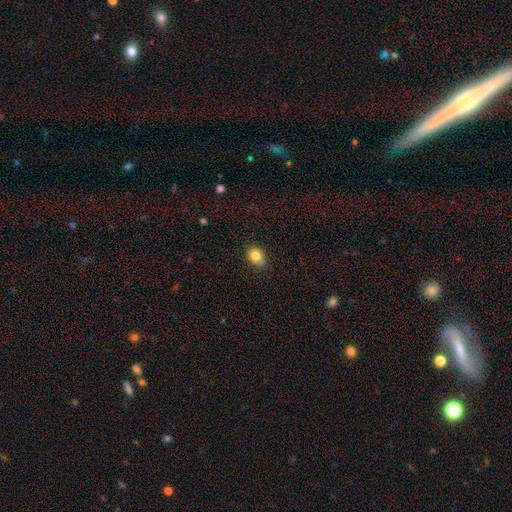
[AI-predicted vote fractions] Overall: smooth (82%). How rounded: round (54%; in between 45%). Merging: none (74%).